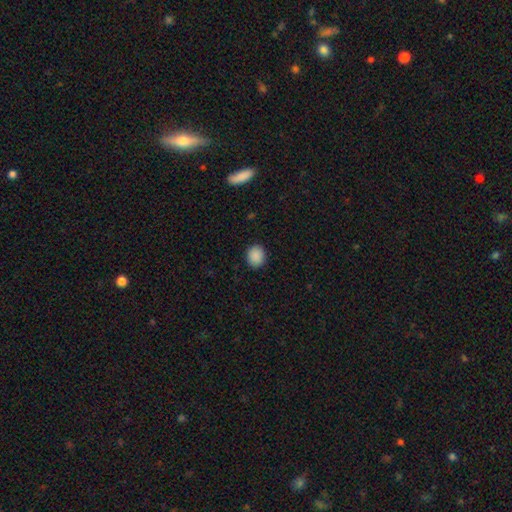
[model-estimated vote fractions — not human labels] Smooth or featured? smooth (89%)
How rounded? round (75%)
Merging? none (90%)